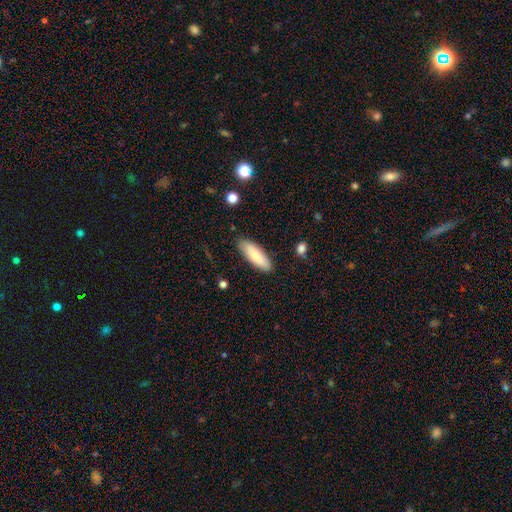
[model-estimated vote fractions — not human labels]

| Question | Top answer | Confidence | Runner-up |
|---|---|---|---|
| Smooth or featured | smooth | 79% | featured or disk (15%) |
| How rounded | in between | 57% | cigar-shaped (41%) |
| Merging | none | 87% | minor disturbance (10%) |